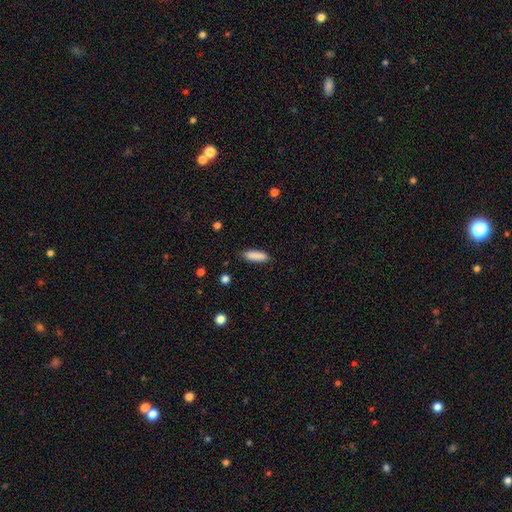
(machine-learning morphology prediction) smooth 88%, star or artifact 7%, featured or disk 6%. Down the decision tree: how rounded — cigar-shaped (54%); merging — none (85%).